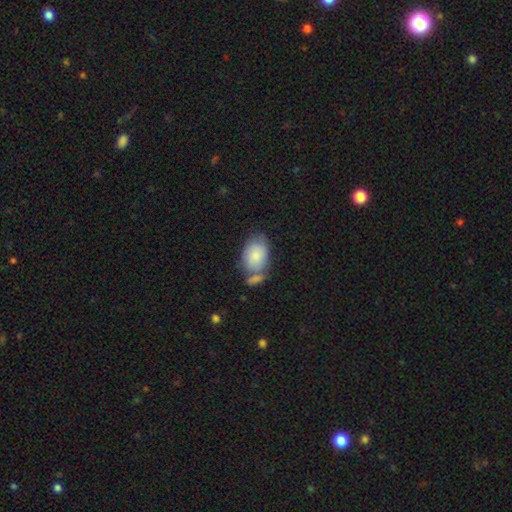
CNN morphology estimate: This appears to be a smooth galaxy with no disk features (80%) that is in between round and cigar-shaped (86%). Merging: none (45%).